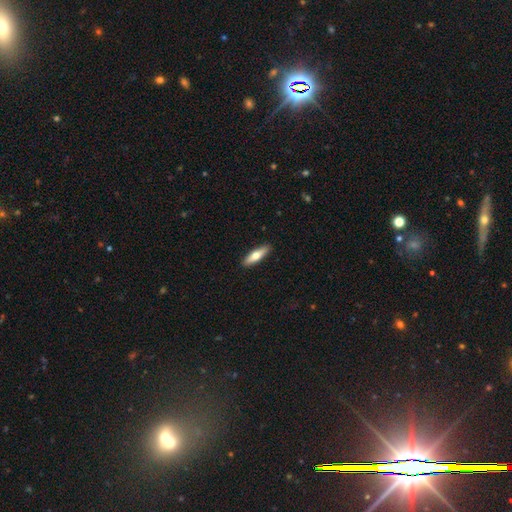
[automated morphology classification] type=smooth (61%); roundness=cigar-shaped (63%); merging=none (91%).